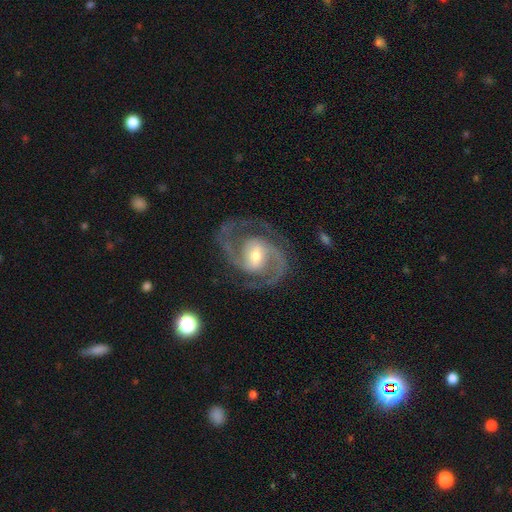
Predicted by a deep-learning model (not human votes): Smooth or featured? featured or disk (93%)
Edge-on disk? no (98%)
Bar? weak (45%)
Spiral arms? yes (98%)
Spiral winding? medium (59%)
Spiral arm count? 2 (91%)
Bulge size? moderate (57%)
Merging? none (80%)